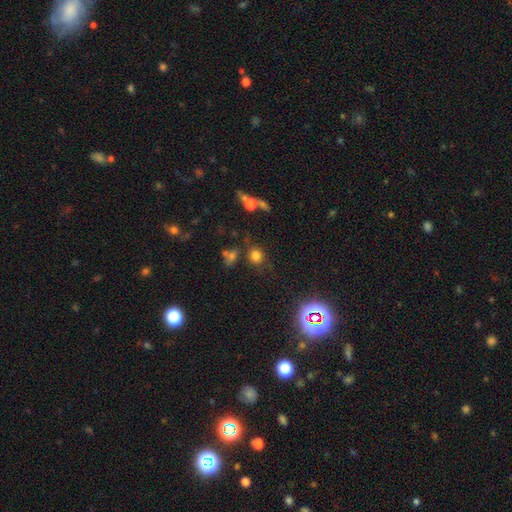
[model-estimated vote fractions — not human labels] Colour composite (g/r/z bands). It shows a smooth galaxy with no disk features (74%) that is round (81%). Merging: none (73%).